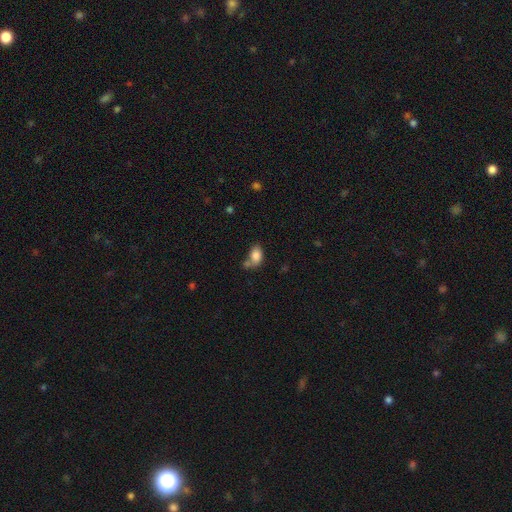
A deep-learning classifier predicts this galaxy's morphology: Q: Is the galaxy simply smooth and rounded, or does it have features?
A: smooth — 83%.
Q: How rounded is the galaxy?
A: in between — 84%.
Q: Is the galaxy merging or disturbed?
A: none — 45%.